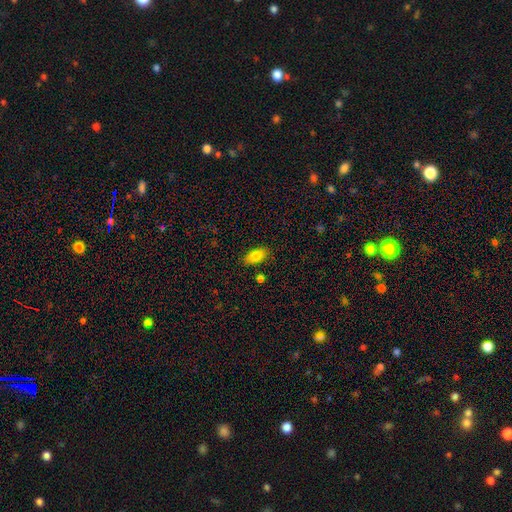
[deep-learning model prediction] This appears to be a smooth galaxy with no disk features (84%) that is in between round and cigar-shaped (90%). Merging: none (84%).